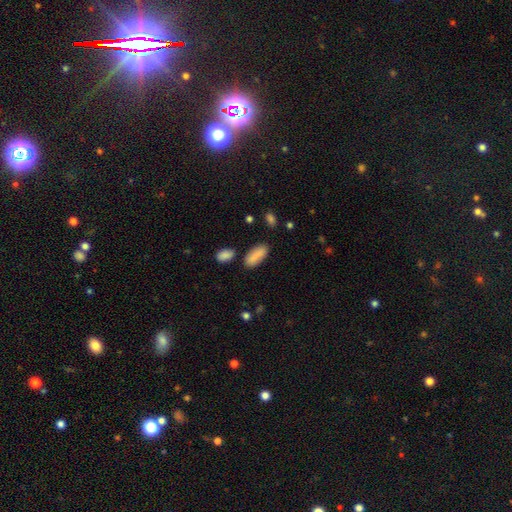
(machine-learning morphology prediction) The model was most divided on "how rounded": in between: 80%, cigar-shaped: 18%, round: 2%. More confident: smooth or featured — smooth (88%); merging — none (80%).